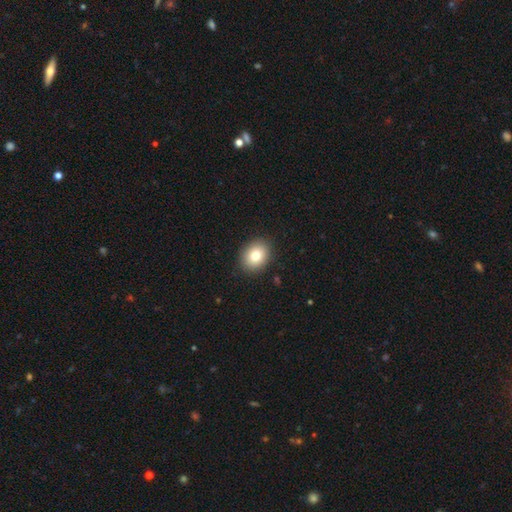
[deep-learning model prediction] A smooth galaxy with no disk features (80%) that is in between round and cigar-shaped (53%).

Vote fractions:
- Smooth or featured? smooth: 80% / featured or disk: 10% / star or artifact: 10%
- How rounded? in between: 53% / round: 46% / cigar-shaped: 1%
- Merging? none: 90% / minor disturbance: 7% / major disturbance: 2% / merger: 1%